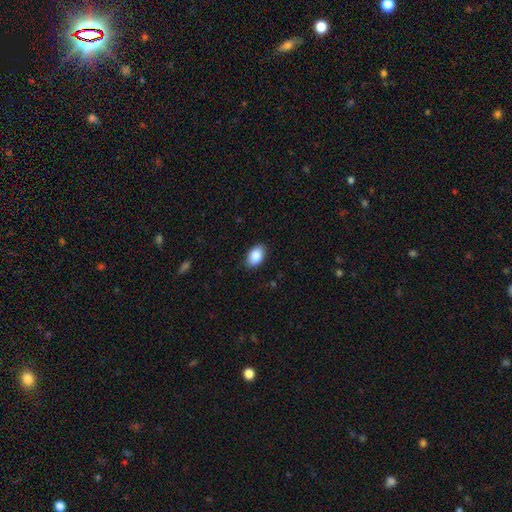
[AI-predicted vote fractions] Smooth or featured? Predicted: smooth (p=0.88). How rounded? Predicted: in between (p=0.91). Merging? Predicted: none (p=0.87).